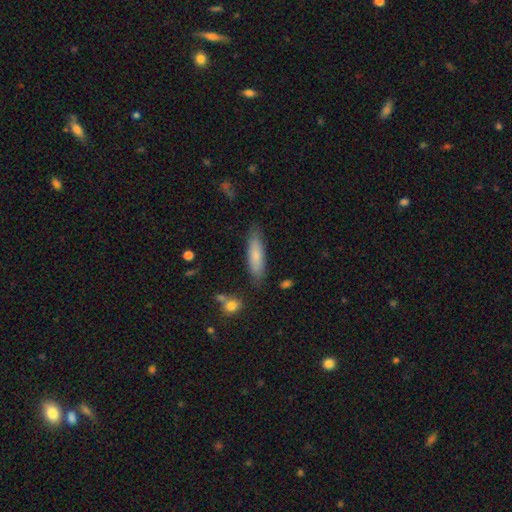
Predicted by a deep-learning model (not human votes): Smooth or featured: smooth — 77% (featured or disk — 17%)
How rounded: cigar-shaped — 71% (in between — 28%)
Merging: none — 82% (minor disturbance — 13%)